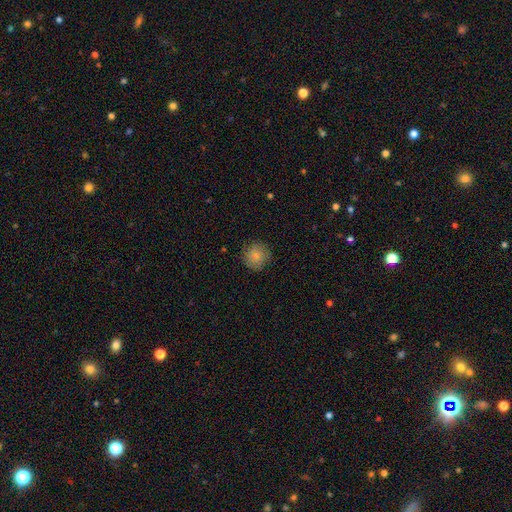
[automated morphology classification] smooth-or-featured: smooth: 83% | star or artifact: 9% | featured or disk: 8%
  how-rounded: round: 92% | in between: 7% | cigar-shaped: 1%
  merging: none: 84% | minor disturbance: 12% | major disturbance: 3% | merger: 1%